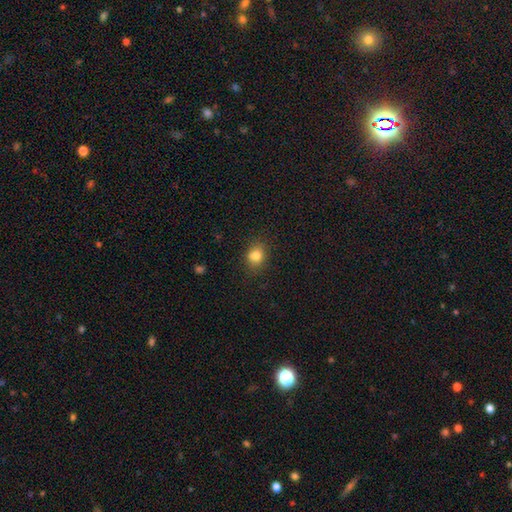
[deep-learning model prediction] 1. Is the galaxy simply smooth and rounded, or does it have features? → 82% smooth, 11% star or artifact, 7% featured or disk.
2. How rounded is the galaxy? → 57% round, 42% in between, 1% cigar-shaped.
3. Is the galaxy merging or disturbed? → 79% none, 15% minor disturbance, 4% major disturbance, 2% merger.